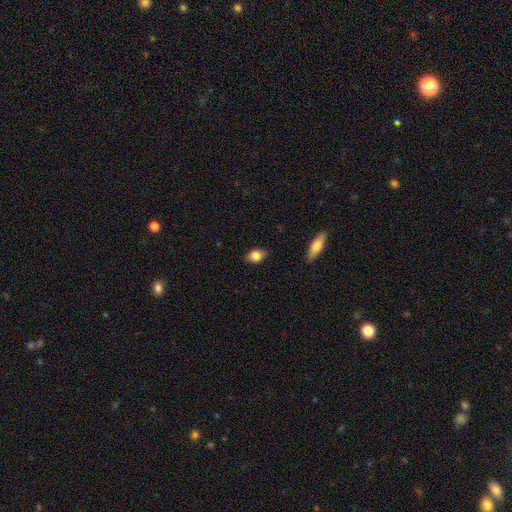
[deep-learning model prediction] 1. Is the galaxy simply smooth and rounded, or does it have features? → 80% smooth, 12% featured or disk, 8% star or artifact.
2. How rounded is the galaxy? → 74% in between, 23% round, 3% cigar-shaped.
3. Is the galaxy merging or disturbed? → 82% none, 14% minor disturbance, 3% major disturbance, 1% merger.